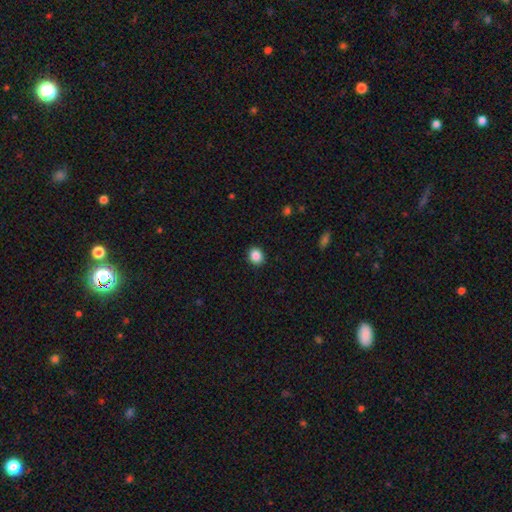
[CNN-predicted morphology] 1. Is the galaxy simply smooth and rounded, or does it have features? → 88% smooth, 9% star or artifact, 3% featured or disk.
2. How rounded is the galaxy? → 67% round, 32% in between, 1% cigar-shaped.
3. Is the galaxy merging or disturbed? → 91% none, 6% minor disturbance, 2% major disturbance, 1% merger.